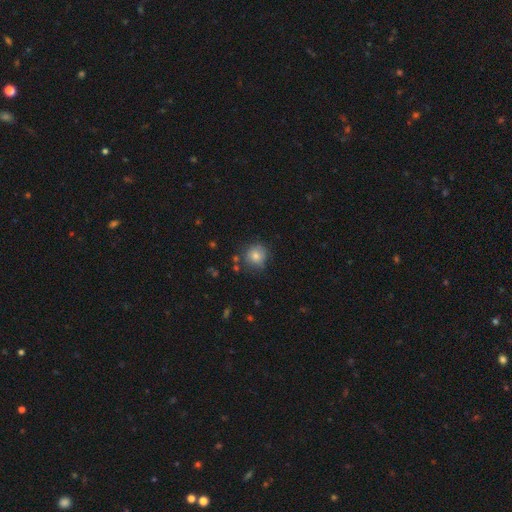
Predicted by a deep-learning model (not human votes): smooth 77%, featured or disk 12%, star or artifact 11%. Down the decision tree: how rounded — round (89%); merging — none (74%).